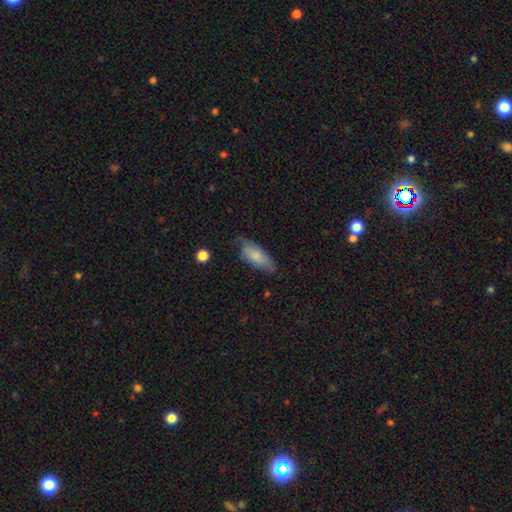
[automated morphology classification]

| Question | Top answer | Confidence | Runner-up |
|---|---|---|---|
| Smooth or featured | smooth | 77% | featured or disk (16%) |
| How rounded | in between | 78% | cigar-shaped (20%) |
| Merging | none | 62% | minor disturbance (29%) |